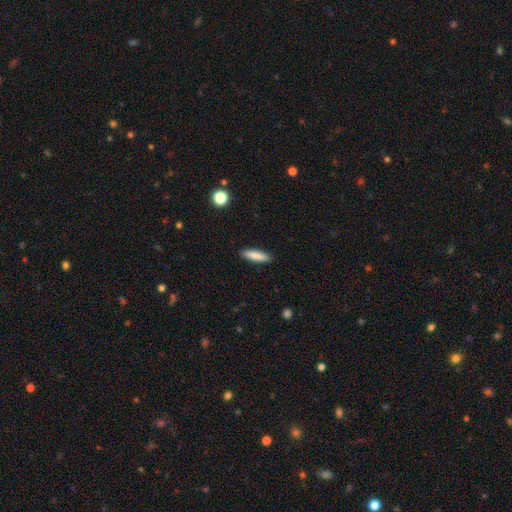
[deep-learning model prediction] Smooth or featured: smooth — 86% (featured or disk — 7%)
How rounded: cigar-shaped — 73% (in between — 25%)
Merging: none — 90% (minor disturbance — 7%)